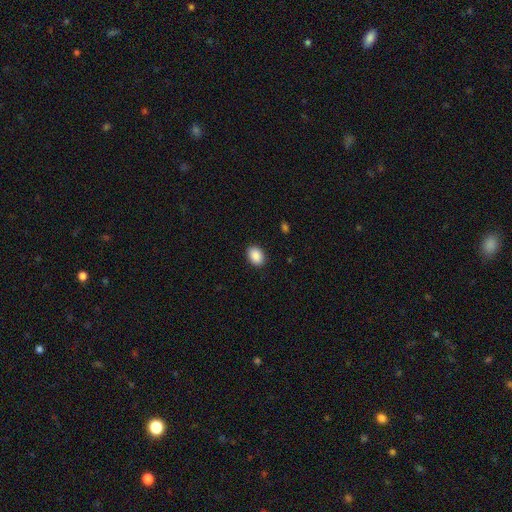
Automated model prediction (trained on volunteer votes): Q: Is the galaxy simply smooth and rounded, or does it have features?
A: smooth — 90%.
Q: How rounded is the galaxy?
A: in between — 77%.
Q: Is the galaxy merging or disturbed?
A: none — 90%.